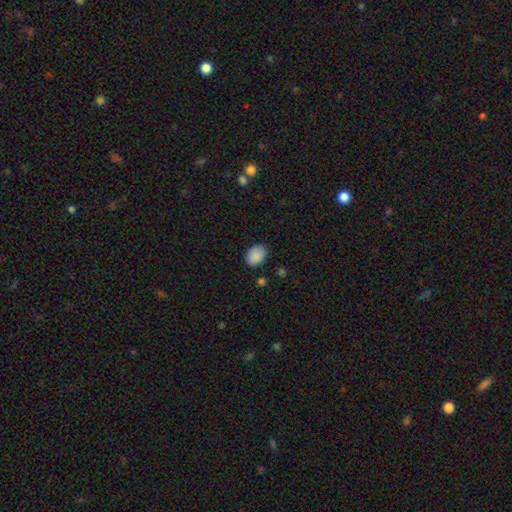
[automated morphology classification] A smooth galaxy with no disk features (89%) that is in between round and cigar-shaped (71%). Merging: none (79%).